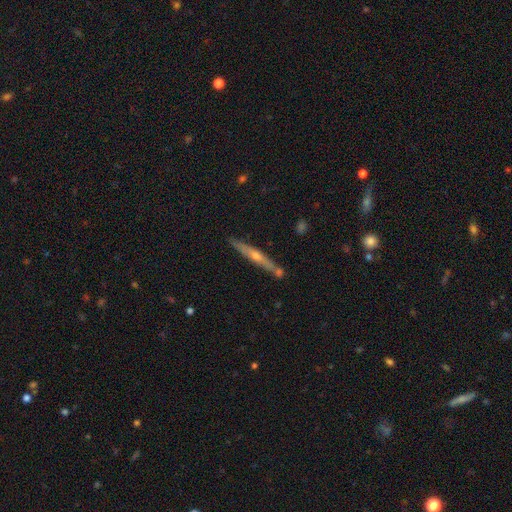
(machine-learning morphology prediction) Smooth or featured? featured or disk (73%)
Edge-on disk? yes (96%)
Edge-on bulge? rounded (86%)
Merging? none (85%)